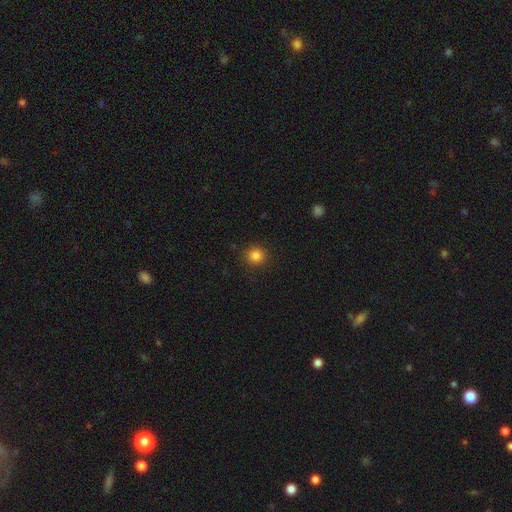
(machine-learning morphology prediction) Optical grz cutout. It shows a smooth galaxy with no disk features (84%) that is round (90%). Merging: none (89%).